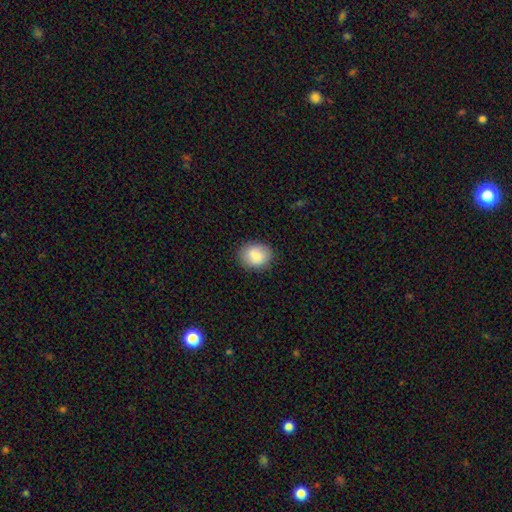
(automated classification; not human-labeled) This appears to be a smooth galaxy with no disk features (88%) that is in between round and cigar-shaped (51%). Merging: none (85%).